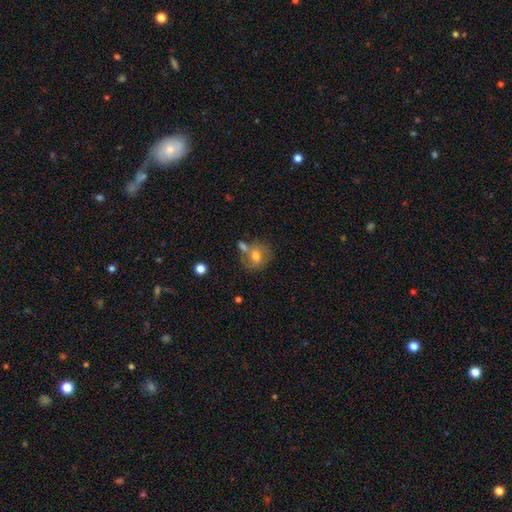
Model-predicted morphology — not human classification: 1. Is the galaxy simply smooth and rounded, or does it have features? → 69% smooth, 21% featured or disk, 10% star or artifact.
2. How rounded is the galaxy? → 68% round, 31% in between, 1% cigar-shaped.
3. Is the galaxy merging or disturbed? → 51% none, 28% merger, 15% minor disturbance, 6% major disturbance.